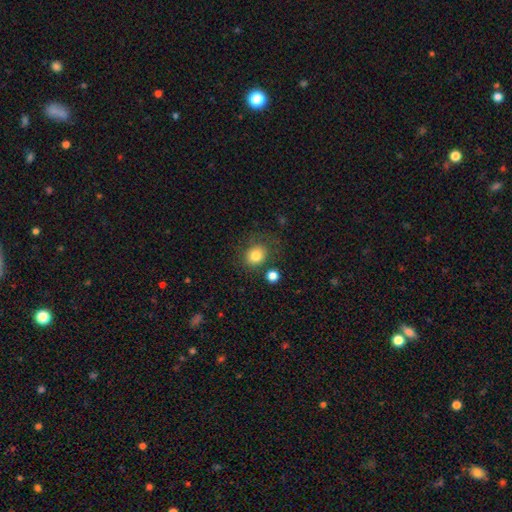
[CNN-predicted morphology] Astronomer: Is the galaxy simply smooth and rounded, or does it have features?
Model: smooth — 81%.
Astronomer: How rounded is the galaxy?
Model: round — 70%.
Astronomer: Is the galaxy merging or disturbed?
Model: none — 71%.